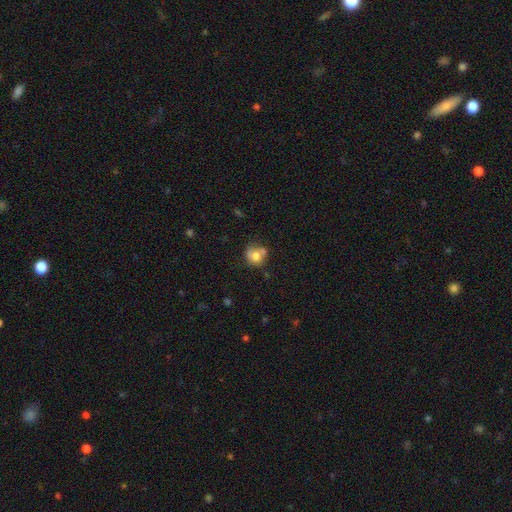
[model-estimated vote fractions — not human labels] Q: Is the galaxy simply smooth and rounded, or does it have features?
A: smooth — 71%.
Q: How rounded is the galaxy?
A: round — 75%.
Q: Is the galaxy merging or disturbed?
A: none — 43%.